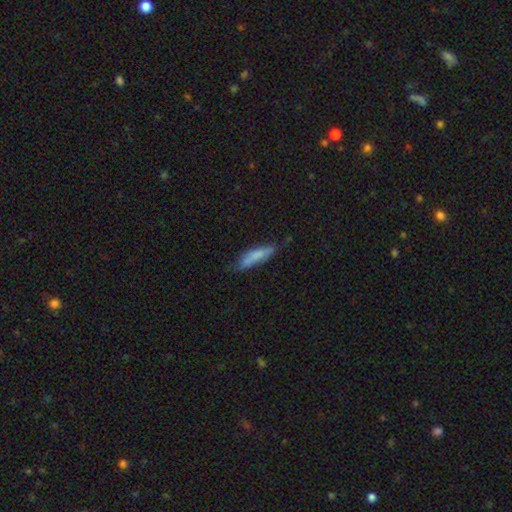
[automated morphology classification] smooth 73%, featured or disk 20%, star or artifact 7%. Down the decision tree: how rounded — cigar-shaped (74%); merging — none (58%).